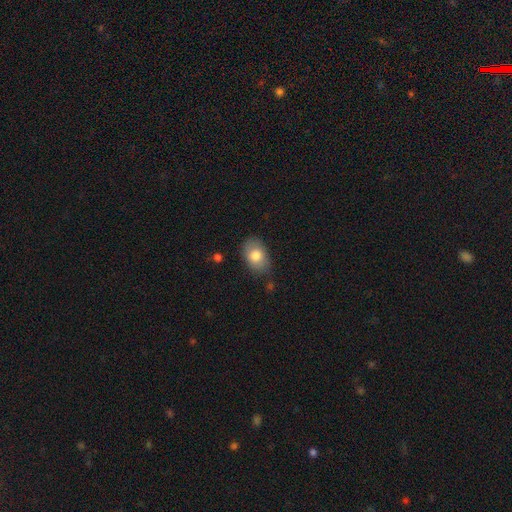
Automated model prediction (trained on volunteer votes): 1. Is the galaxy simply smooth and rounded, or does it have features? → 79% smooth, 14% featured or disk, 7% star or artifact.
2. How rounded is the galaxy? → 85% in between, 14% round, 1% cigar-shaped.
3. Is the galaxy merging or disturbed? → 75% none, 19% minor disturbance, 4% major disturbance, 2% merger.